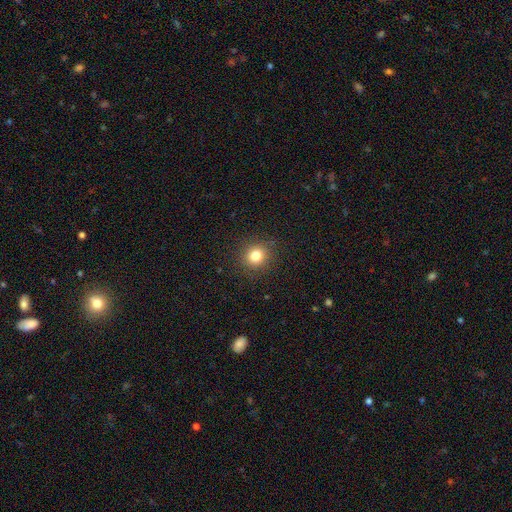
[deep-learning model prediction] This is clearly a smooth galaxy (81%). How rounded: clearly round (86%). Merging: clearly none (89%).